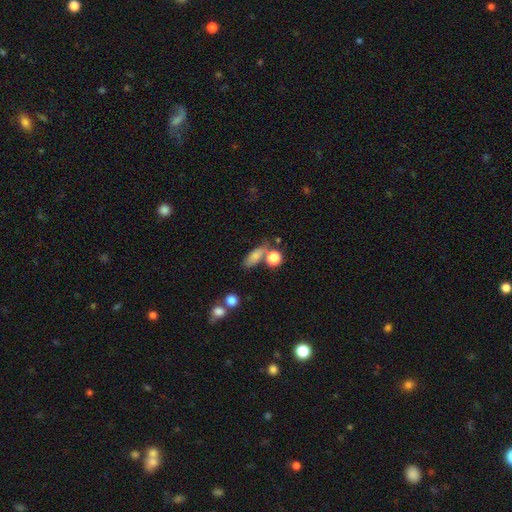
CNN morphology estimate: smooth_or_featured: smooth (p=0.77) [alt: featured or disk p=0.12]
how_rounded: in between (p=0.64) [alt: cigar-shaped p=0.24]
merging: none (p=0.55) [alt: merger p=0.20]